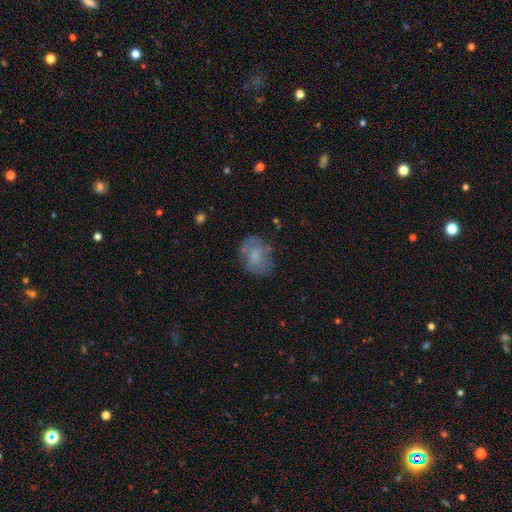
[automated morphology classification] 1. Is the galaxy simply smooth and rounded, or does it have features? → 61% smooth, 31% featured or disk, 9% star or artifact.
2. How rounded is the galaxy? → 63% in between, 35% round, 1% cigar-shaped.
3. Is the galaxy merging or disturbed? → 63% none, 24% minor disturbance, 11% major disturbance, 2% merger.